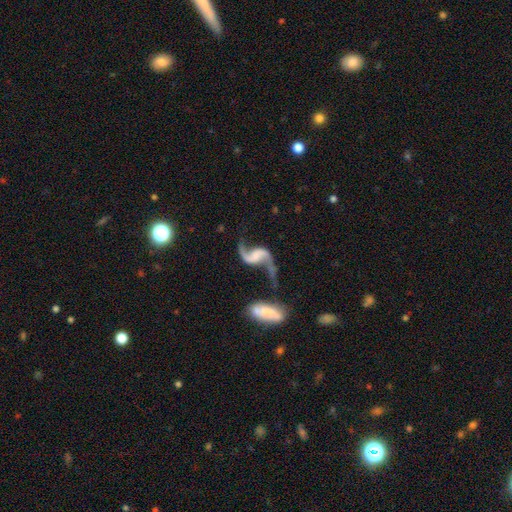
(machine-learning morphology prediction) smooth_or_featured: featured or disk (p=0.89) [alt: smooth p=0.06]
disk_edge_on: no (p=0.97) [alt: yes p=0.03]
bar: no (p=0.43) [alt: weak p=0.37]
has_spiral_arms: yes (p=0.96) [alt: no p=0.04]
spiral_winding: loose (p=0.86) [alt: medium p=0.11]
spiral_arm_count: 2 (p=0.93) [alt: 1 p=0.03]
bulge_size: none (p=0.59) [alt: small p=0.19]
merging: none (p=0.51) [alt: merger p=0.19]